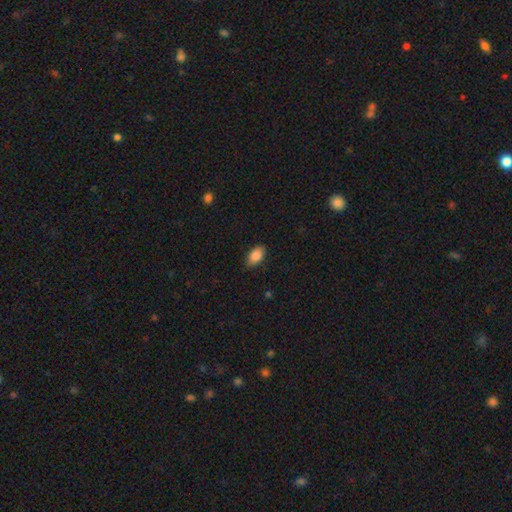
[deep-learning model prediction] smooth 86%, star or artifact 7%, featured or disk 7%. Down the decision tree: how rounded — in between (92%); merging — none (83%).